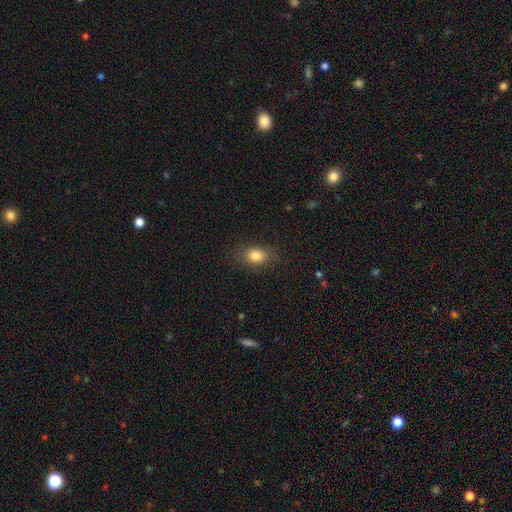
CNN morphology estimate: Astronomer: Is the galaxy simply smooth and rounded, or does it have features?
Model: smooth — 83%.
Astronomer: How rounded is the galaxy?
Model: in between — 73%.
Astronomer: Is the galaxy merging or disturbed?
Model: none — 82%.